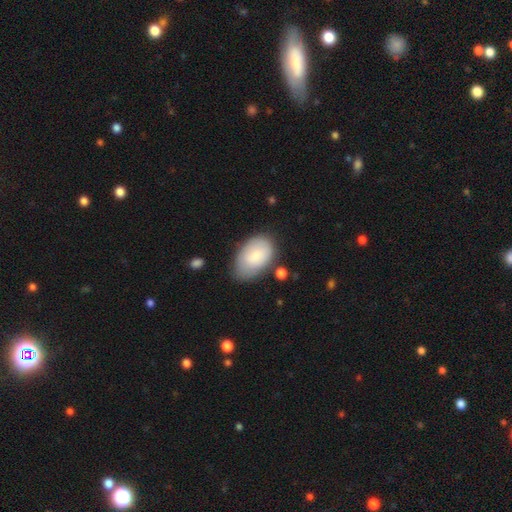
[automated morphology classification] Smooth or featured: smooth — 78% (featured or disk — 16%)
How rounded: in between — 91% (round — 7%)
Merging: none — 65% (minor disturbance — 25%)